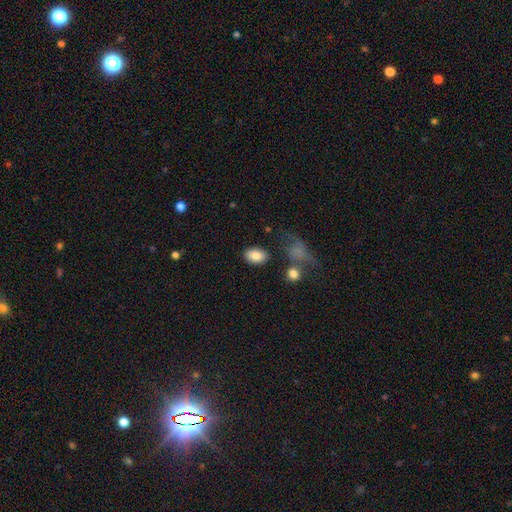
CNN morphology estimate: Q: Smooth or featured?
A: smooth (85%); runner-up: star or artifact (8%)
Q: How rounded?
A: in between (88%); runner-up: round (11%)
Q: Merging?
A: none (79%); runner-up: minor disturbance (12%)